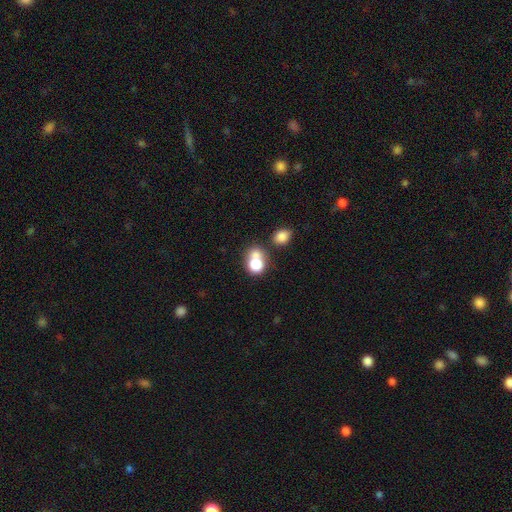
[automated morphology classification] type=smooth (75%); roundness=round (62%); merging=merger (51%).